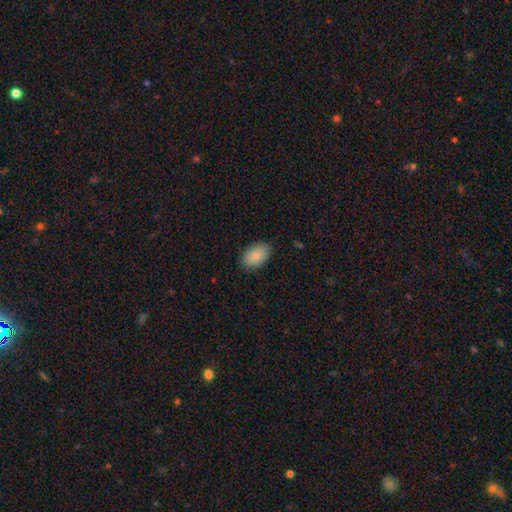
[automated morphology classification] This is clearly a smooth galaxy (86%). How rounded: clearly in between (92%). Merging: clearly none (86%).